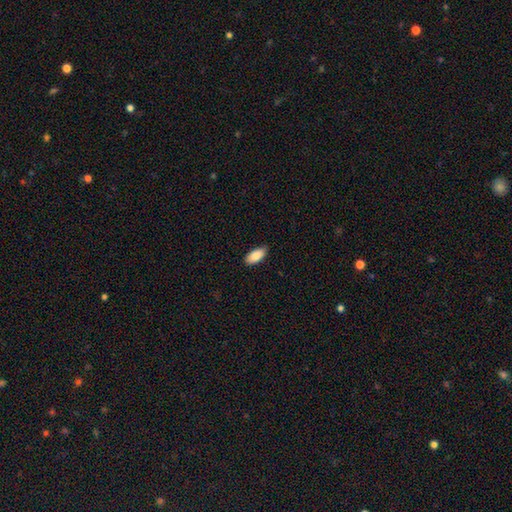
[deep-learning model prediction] Q: Smooth or featured?
A: smooth (87%); runner-up: featured or disk (7%)
Q: How rounded?
A: in between (91%); runner-up: cigar-shaped (7%)
Q: Merging?
A: none (86%); runner-up: minor disturbance (11%)